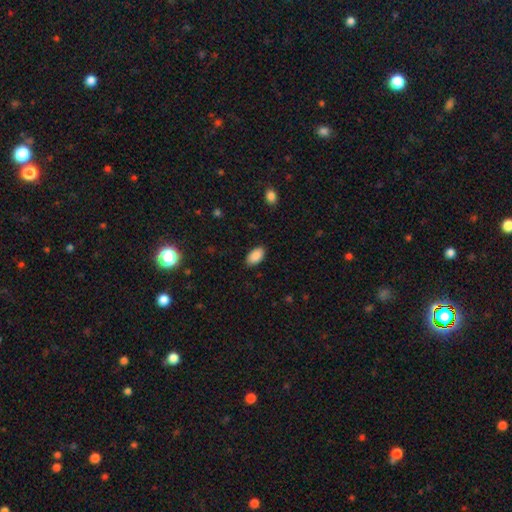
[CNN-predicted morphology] A smooth galaxy with no disk features (89%) that is in between round and cigar-shaped (95%).

Vote fractions:
- Smooth or featured? smooth: 89% / star or artifact: 7% / featured or disk: 3%
- How rounded? in between: 95% / round: 4% / cigar-shaped: 2%
- Merging? none: 87% / minor disturbance: 10% / major disturbance: 2% / merger: 1%